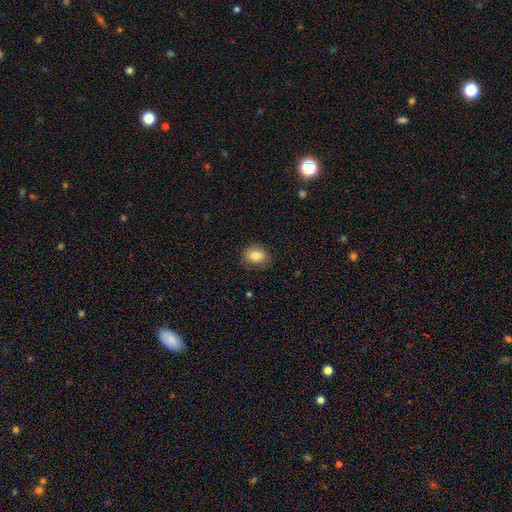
smooth_or_featured: smooth (p=0.82) [alt: featured or disk p=0.11]
how_rounded: in between (p=0.58) [alt: round p=0.42]
merging: none (p=0.86) [alt: minor disturbance p=0.11]